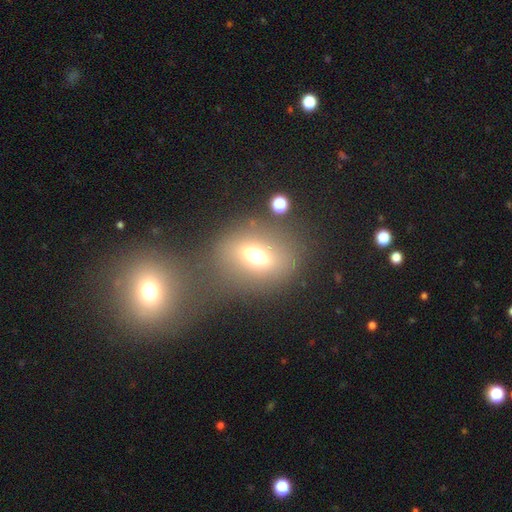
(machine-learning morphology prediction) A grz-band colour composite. It shows a smooth galaxy with no disk features (62%) that is in between round and cigar-shaped (56%). Merging: none (67%).